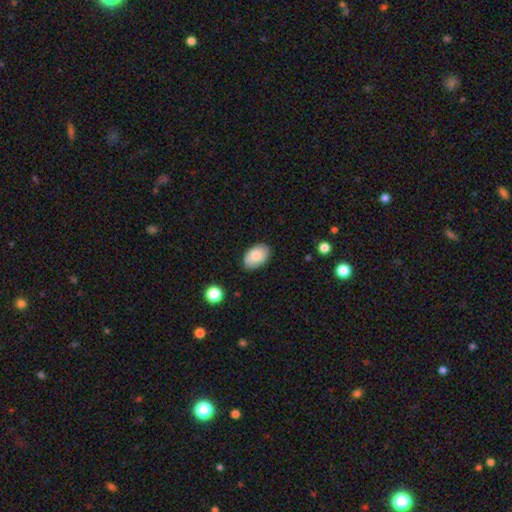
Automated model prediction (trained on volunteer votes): This is clearly a smooth galaxy (83%). How rounded: clearly in between (92%). Merging: clearly none (85%).